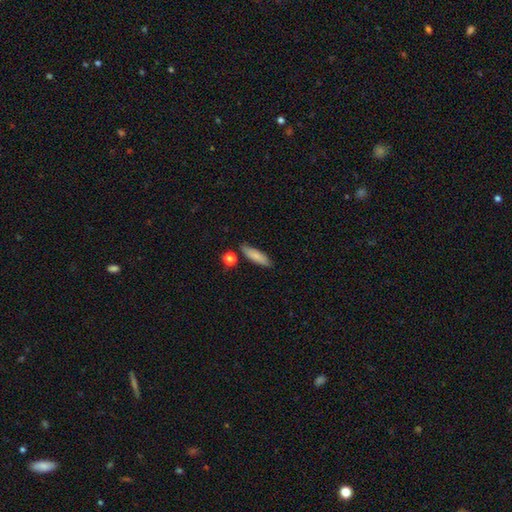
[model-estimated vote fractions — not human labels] A smooth galaxy with no disk features (82%) that is cigar-shaped (55%). Merging: none (78%).